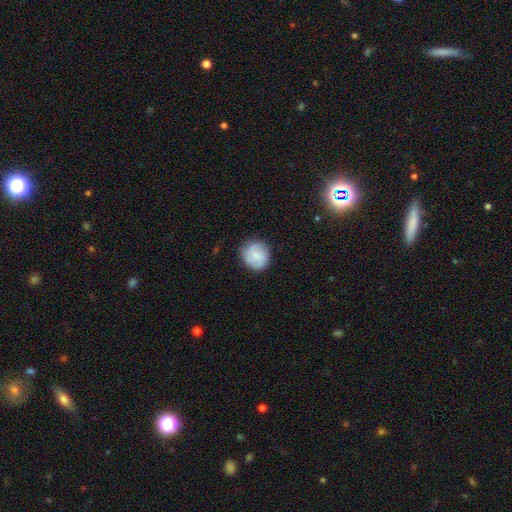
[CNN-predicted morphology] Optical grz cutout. It shows a smooth galaxy with no disk features (68%) that is round (80%). Merging: none (78%).